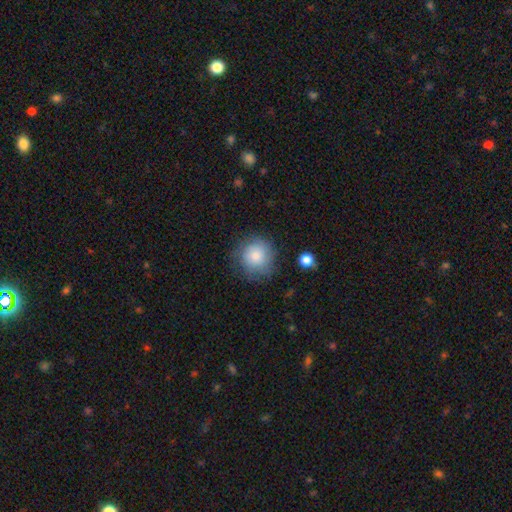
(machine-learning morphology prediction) Q: Smooth or featured?
A: smooth (82%); runner-up: featured or disk (10%)
Q: How rounded?
A: round (90%); runner-up: in between (9%)
Q: Merging?
A: none (75%); runner-up: minor disturbance (18%)